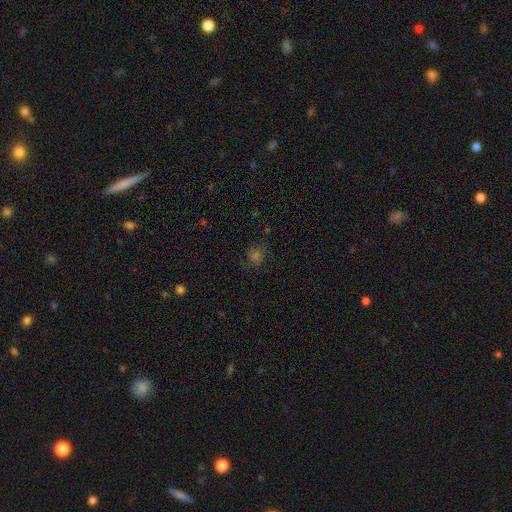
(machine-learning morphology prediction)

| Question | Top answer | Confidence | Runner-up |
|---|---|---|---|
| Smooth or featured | smooth | 53% | star or artifact (32%) |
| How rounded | round | 78% | in between (20%) |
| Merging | none | 74% | minor disturbance (16%) |